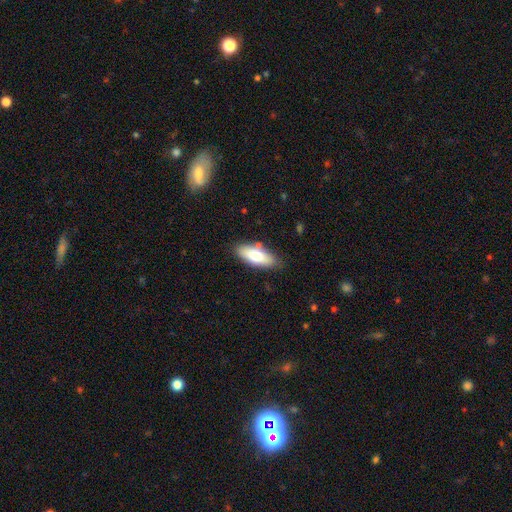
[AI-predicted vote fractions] A smooth galaxy with no disk features (73%) that is in between round and cigar-shaped (76%).

Vote fractions:
- Smooth or featured? smooth: 73% / featured or disk: 21% / star or artifact: 6%
- How rounded? in between: 76% / cigar-shaped: 22% / round: 2%
- Merging? none: 81% / minor disturbance: 13% / merger: 3% / major disturbance: 3%